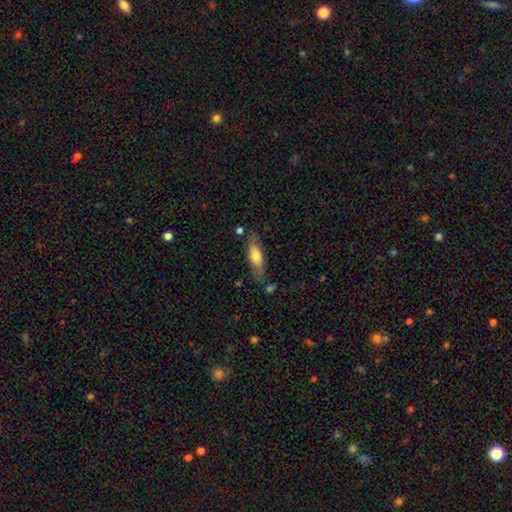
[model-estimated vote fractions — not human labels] Smooth or featured?
  - smooth: 64% *
  - featured or disk: 30%
  - star or artifact: 6%
How rounded?
  - in between: 53% *
  - cigar-shaped: 45%
  - round: 2%
Merging?
  - none: 72% *
  - minor disturbance: 18%
  - merger: 5%
  - major disturbance: 5%